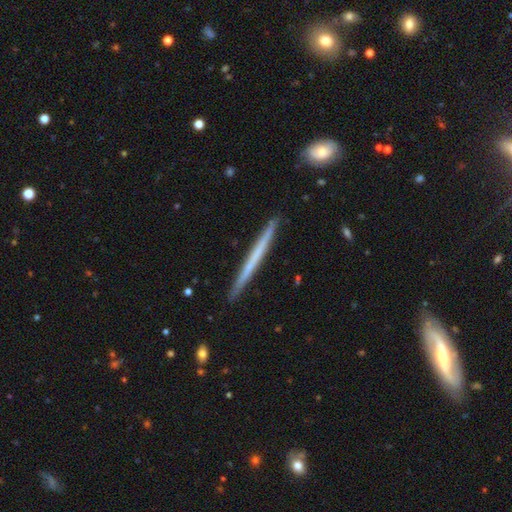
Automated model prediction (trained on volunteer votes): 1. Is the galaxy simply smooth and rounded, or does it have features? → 49% featured or disk, 45% smooth, 6% star or artifact.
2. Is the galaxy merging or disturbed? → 91% none, 7% minor disturbance, 1% merger, 1% major disturbance.